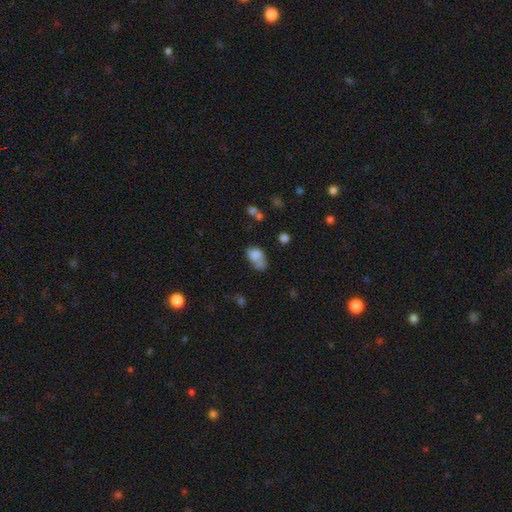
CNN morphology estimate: smooth 74%, featured or disk 15%, star or artifact 11%. Down the decision tree: how rounded — in between (76%); merging — merger (34%).